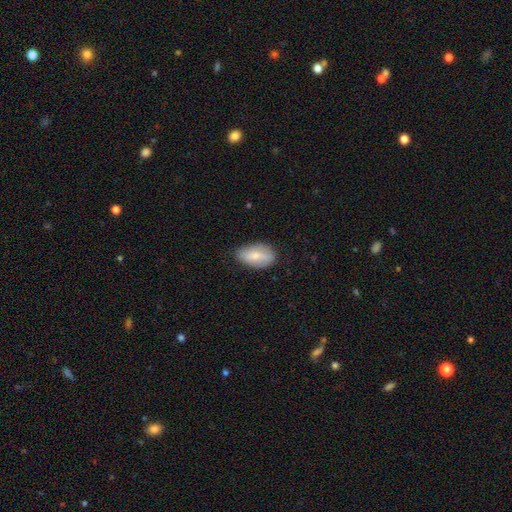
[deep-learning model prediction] Morphology: type=smooth (75%); roundness=in between (92%); merging=none (78%).